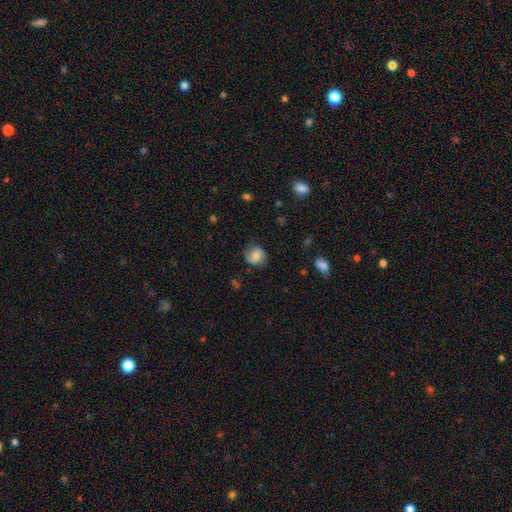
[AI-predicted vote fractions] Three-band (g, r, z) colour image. It shows a smooth galaxy with no disk features (60%) that is round (73%). Merging: none (73%).